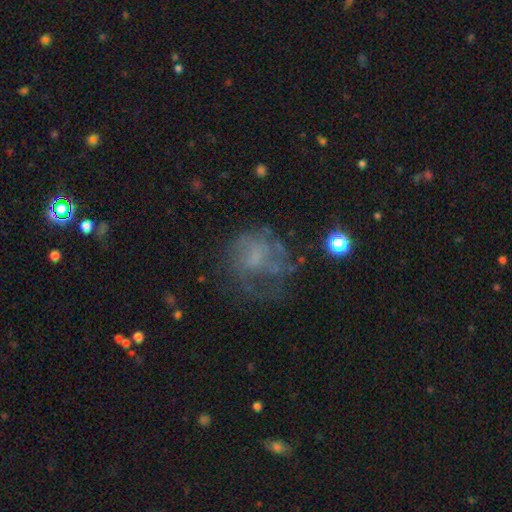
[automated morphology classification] Smooth or featured? featured or disk (51%)
Edge-on disk? no (98%)
Merging? none (44%)